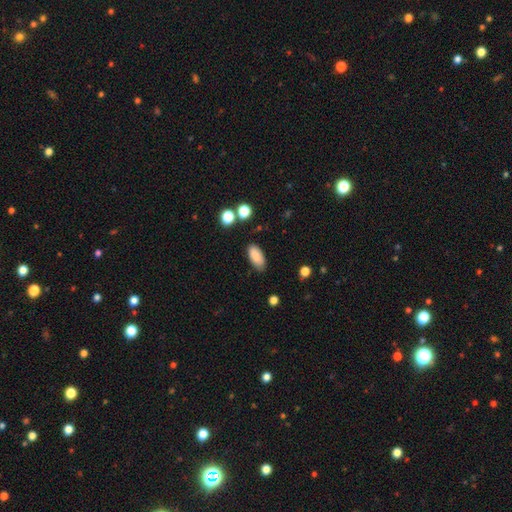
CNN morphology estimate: The model was most divided on "merging": none: 82%, minor disturbance: 13%, major disturbance: 3%, merger: 2%. More confident: how rounded — in between (91%); smooth or featured — smooth (87%).